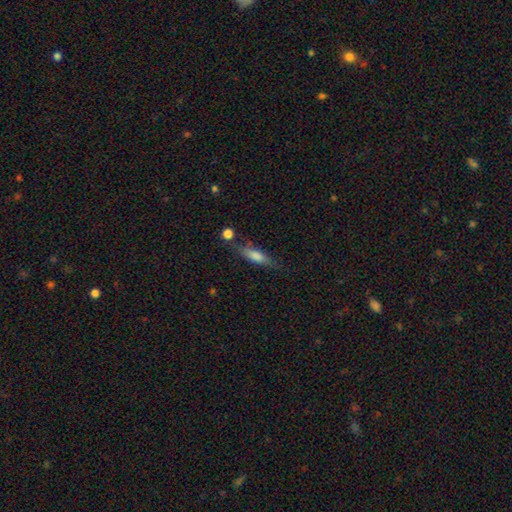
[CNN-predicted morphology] This is likely a smooth galaxy (68%). How rounded: likely cigar-shaped (63%). Merging: likely none (71%).